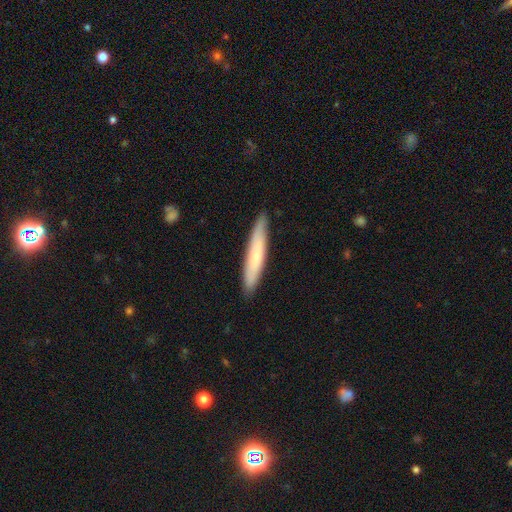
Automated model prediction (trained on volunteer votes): Q: Smooth or featured?
A: smooth (65%); runner-up: featured or disk (30%)
Q: How rounded?
A: cigar-shaped (92%); runner-up: in between (7%)
Q: Merging?
A: none (88%); runner-up: minor disturbance (9%)